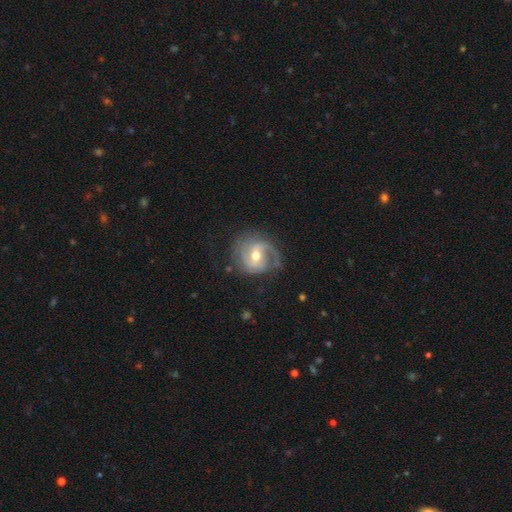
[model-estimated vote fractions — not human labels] A featured or disk galaxy (83%) with a weak bar (48%), 2 (53%) medium (44%) spiral arms (94%) and a moderate central bulge (69%). Merging: none (64%).